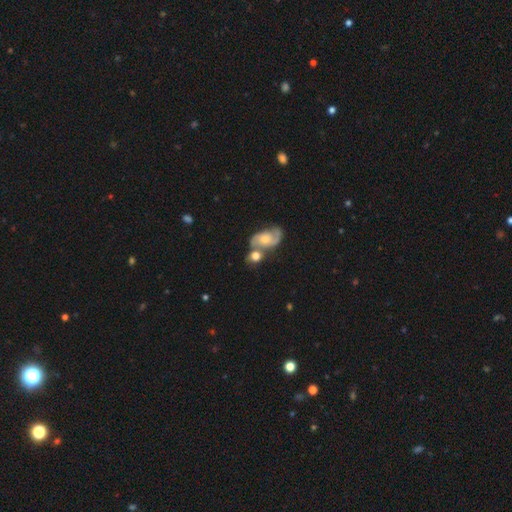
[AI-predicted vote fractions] Overall: smooth (47%; featured or disk 44%). Merging: merger (42%; none 40%).